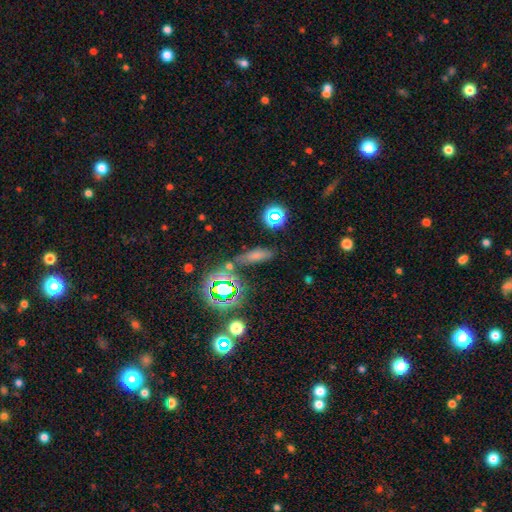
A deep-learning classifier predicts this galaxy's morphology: The model was most divided on "how rounded": cigar-shaped: 47%, in between: 44%, round: 9%. More confident: merging — none (72%); smooth or featured — smooth (64%).